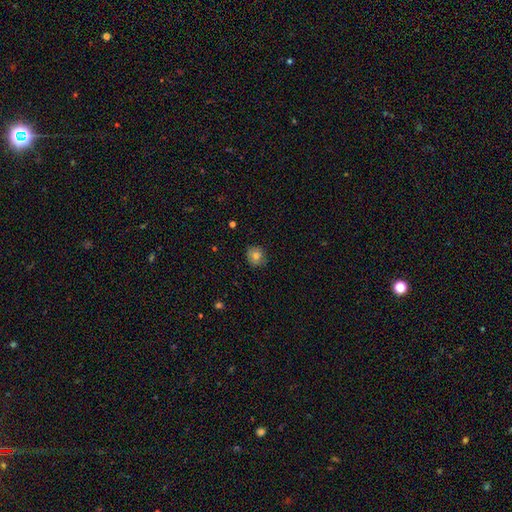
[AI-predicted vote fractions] This appears to be a smooth galaxy with no disk features (79%) that is round (83%). Merging: none (82%).